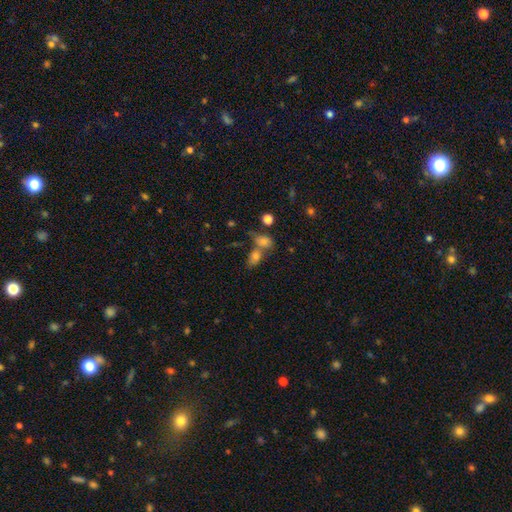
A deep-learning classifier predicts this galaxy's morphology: Smooth or featured? Predicted: smooth (p=0.63). How rounded? Predicted: in between (p=0.74). Merging? Predicted: merger (p=0.47).